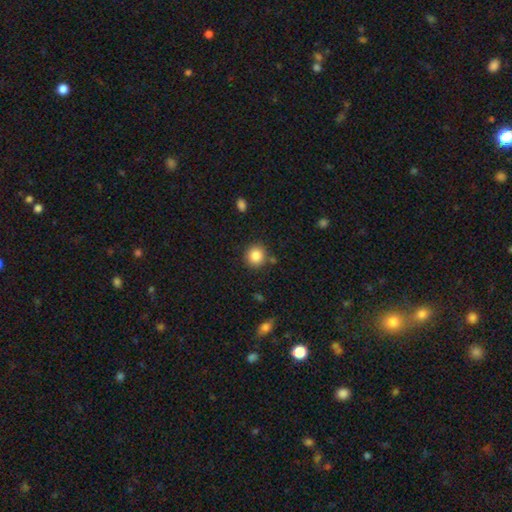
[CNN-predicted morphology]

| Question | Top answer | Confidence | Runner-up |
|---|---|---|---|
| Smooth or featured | smooth | 85% | star or artifact (10%) |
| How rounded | round | 86% | in between (13%) |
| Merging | none | 85% | minor disturbance (9%) |